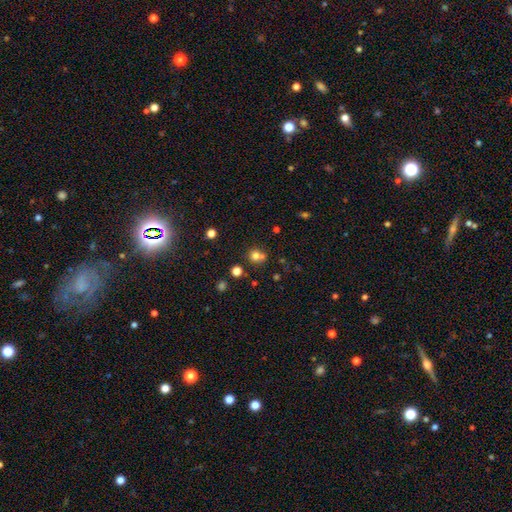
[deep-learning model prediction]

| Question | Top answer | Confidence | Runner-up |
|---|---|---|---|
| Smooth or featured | smooth | 74% | star or artifact (16%) |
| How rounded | round | 85% | in between (14%) |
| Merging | none | 54% | merger (33%) |